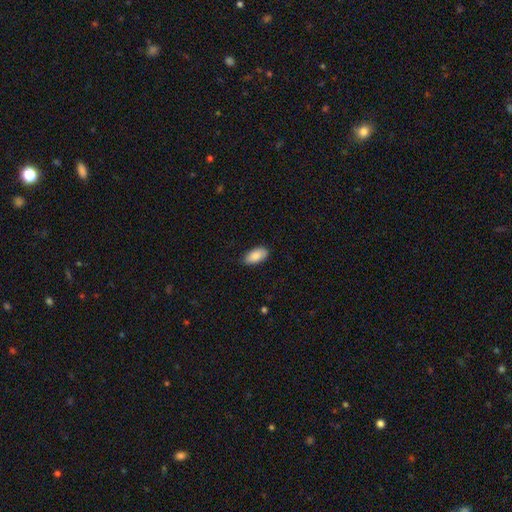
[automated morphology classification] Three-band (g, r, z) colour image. It shows a smooth galaxy with no disk features (89%) that is in between round and cigar-shaped (93%). Merging: none (85%).